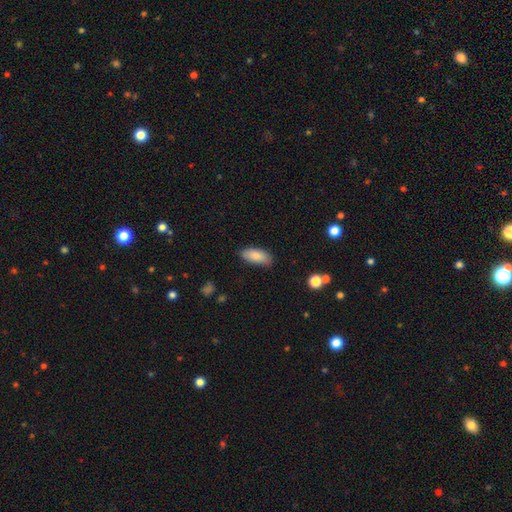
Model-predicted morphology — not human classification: Smooth or featured: smooth — 86% (featured or disk — 8%)
How rounded: in between — 87% (cigar-shaped — 11%)
Merging: none — 83% (minor disturbance — 14%)